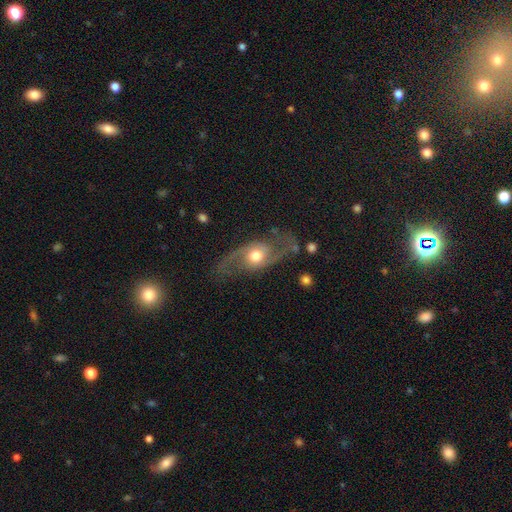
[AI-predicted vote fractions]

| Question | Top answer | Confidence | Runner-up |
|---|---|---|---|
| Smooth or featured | featured or disk | 84% | smooth (11%) |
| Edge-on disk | no | 93% | yes (7%) |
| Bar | no | 69% | weak (24%) |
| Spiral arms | yes | 94% | no (6%) |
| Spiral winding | loose | 52% | medium (38%) |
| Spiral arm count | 2 | 93% | can't tell (2%) |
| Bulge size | moderate | 69% | large (19%) |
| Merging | none | 72% | minor disturbance (16%) |